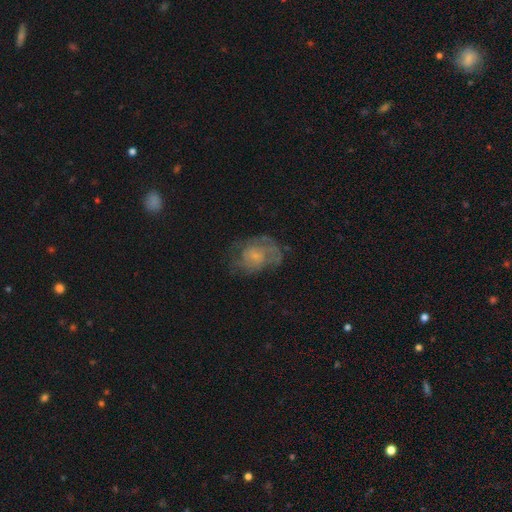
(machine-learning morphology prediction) A featured or disk galaxy (61%) with no bar (74%), spiral arms (71%) and a small central bulge (60%).

Vote fractions:
- Smooth or featured? featured or disk: 61% / smooth: 29% / star or artifact: 10%
- Edge-on disk? no: 97% / yes: 3%
- Bar? no: 74% / weak: 23% / strong: 3%
- Spiral arms? yes: 71% / no: 29%
- Bulge size? small: 60% / moderate: 20% / none: 17% / large: 2% / dominant: 1%
- Merging? none: 53% / minor disturbance: 24% / major disturbance: 22% / merger: 2%